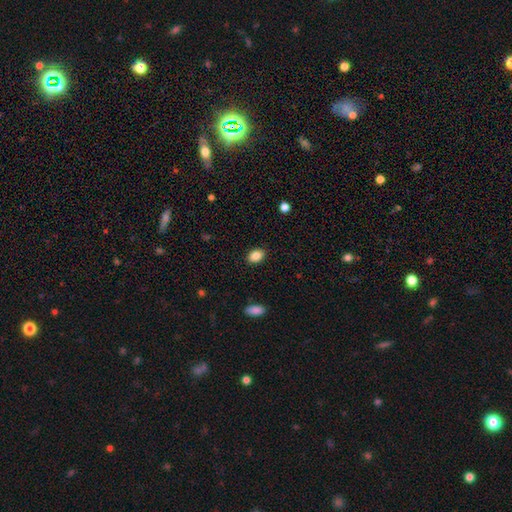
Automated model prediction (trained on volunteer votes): Smooth or featured: smooth — 87% (star or artifact — 8%)
How rounded: in between — 81% (round — 18%)
Merging: none — 89% (minor disturbance — 8%)